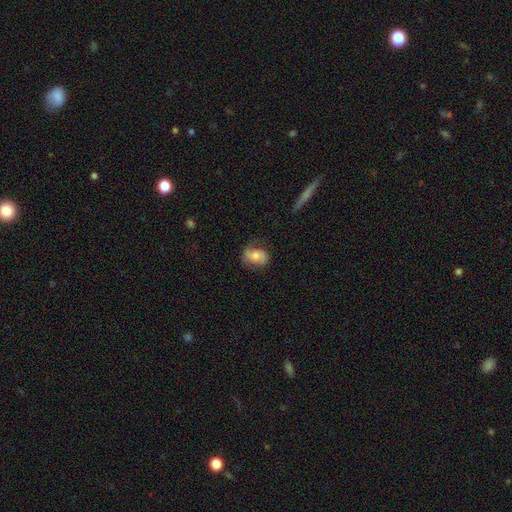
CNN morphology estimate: A smooth galaxy with no disk features (49%). Merging: none (62%).